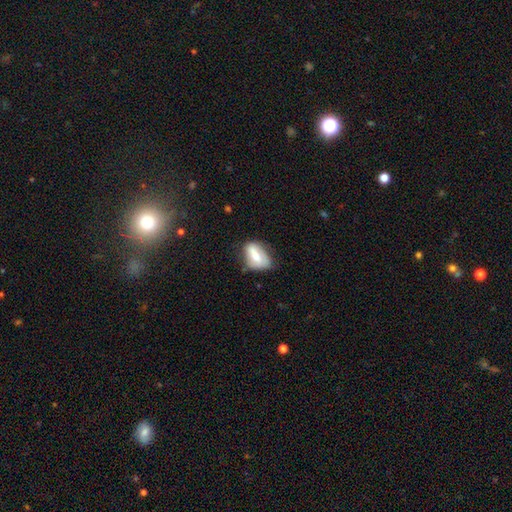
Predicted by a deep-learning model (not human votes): This appears to be a smooth galaxy with no disk features (61%) that is in between round and cigar-shaped (85%). Merging: none (51%).